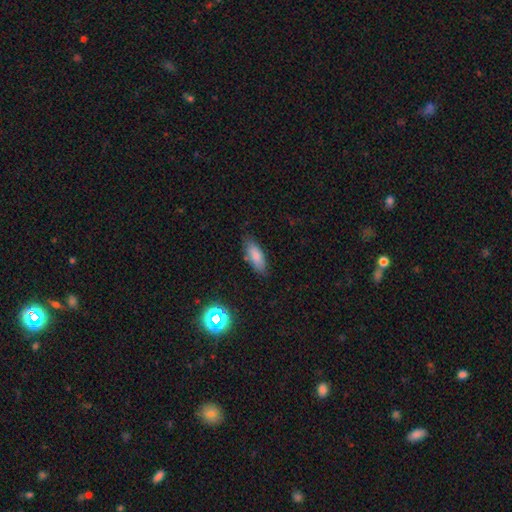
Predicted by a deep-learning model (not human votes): Smooth or featured: smooth — 80% (featured or disk — 10%)
How rounded: in between — 71% (cigar-shaped — 26%)
Merging: none — 80% (minor disturbance — 15%)